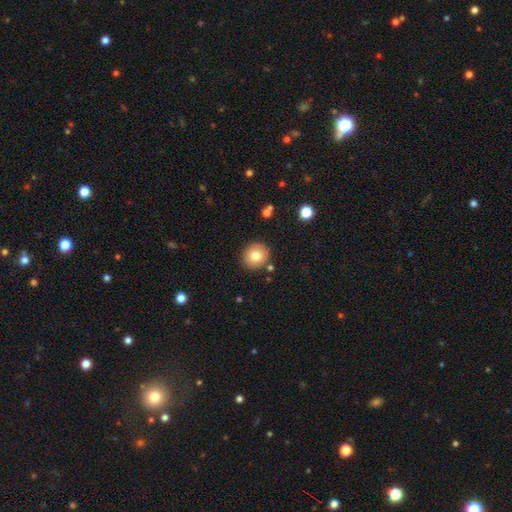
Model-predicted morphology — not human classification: smooth 78%, featured or disk 13%, star or artifact 9%. Down the decision tree: how rounded — round (86%); merging — none (86%).